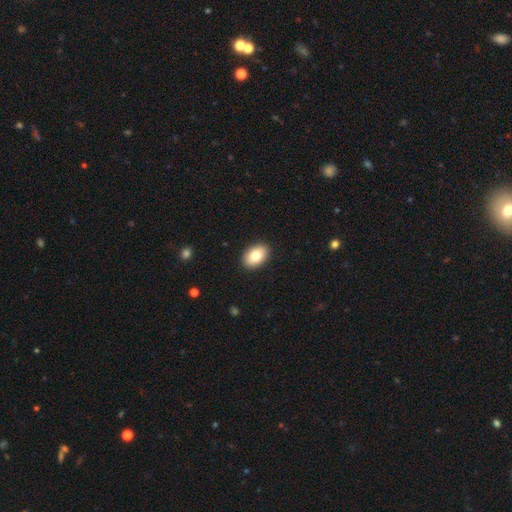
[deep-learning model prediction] smooth 80%, featured or disk 12%, star or artifact 7%. Down the decision tree: how rounded — in between (86%); merging — none (90%).